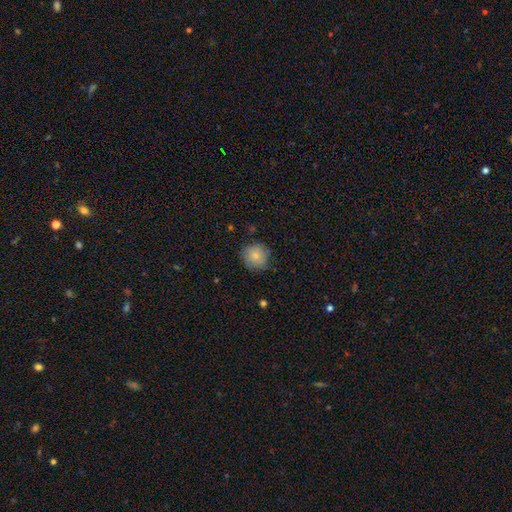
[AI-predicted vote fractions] This is likely a smooth galaxy (79%). How rounded: clearly round (90%). Merging: clearly none (80%).